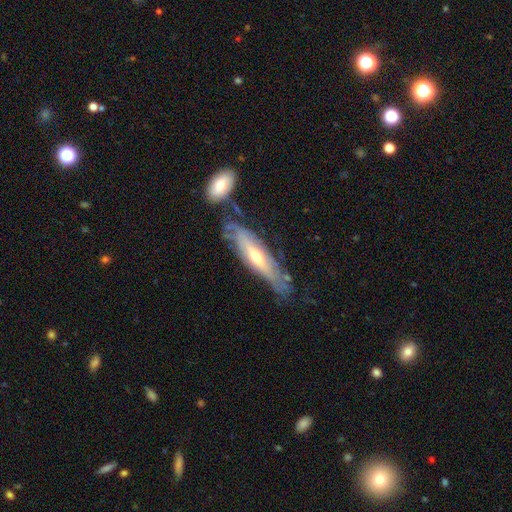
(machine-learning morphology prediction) Q: Smooth or featured?
A: featured or disk (65%); runner-up: smooth (28%)
Q: Edge-on disk?
A: yes (52%); runner-up: no (48%)
Q: Merging?
A: none (61%); runner-up: minor disturbance (23%)